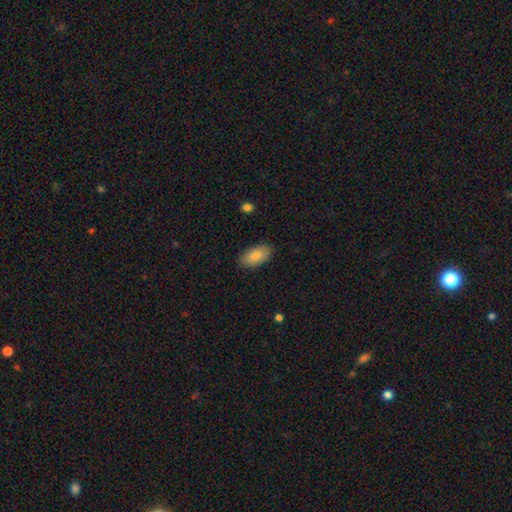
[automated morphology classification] type=smooth (85%); roundness=in between (93%); merging=none (86%).